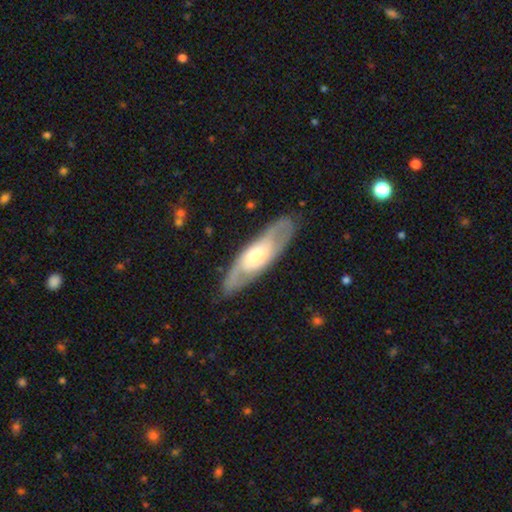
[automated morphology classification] featured or disk 68%, smooth 27%, star or artifact 5%. Down the decision tree: edge-on disk — no (70%); merging — none (83%).